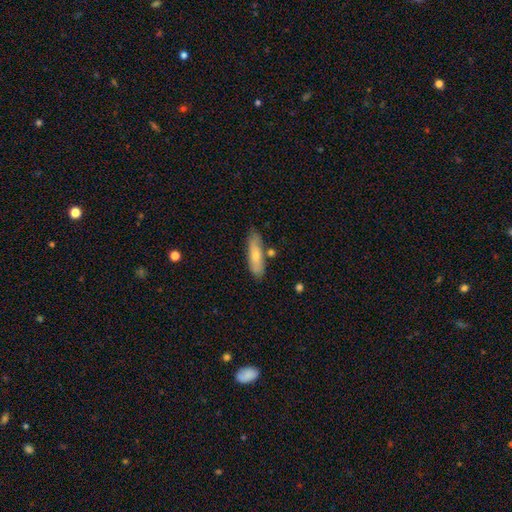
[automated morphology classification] Smooth or featured? Predicted: smooth (p=0.69). How rounded? Predicted: cigar-shaped (p=0.58). Merging? Predicted: none (p=0.70).